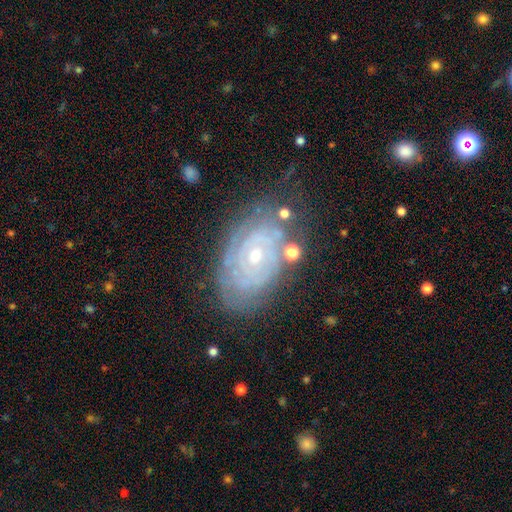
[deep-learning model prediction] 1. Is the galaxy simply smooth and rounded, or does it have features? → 83% featured or disk, 10% smooth, 7% star or artifact.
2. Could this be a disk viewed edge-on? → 96% no, 4% yes.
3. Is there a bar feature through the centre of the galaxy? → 74% no, 20% weak, 5% strong.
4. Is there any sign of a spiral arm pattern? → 91% yes, 9% no.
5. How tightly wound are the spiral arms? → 82% tight, 14% medium, 3% loose.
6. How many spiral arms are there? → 42% can't tell, 25% 2, 14% 3, 9% 4, 5% more than 4, 5% 1.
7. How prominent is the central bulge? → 63% small, 33% moderate, 1% large, 1% none, 1% dominant.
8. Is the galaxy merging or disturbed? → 69% none, 20% minor disturbance, 8% major disturbance, 3% merger.